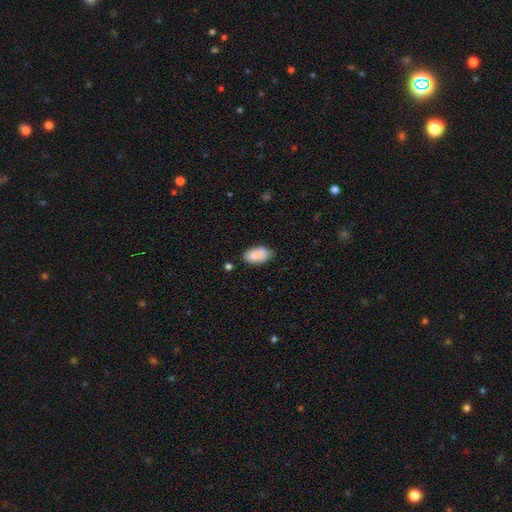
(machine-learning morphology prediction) Smooth or featured?
  - smooth: 84% *
  - featured or disk: 9%
  - star or artifact: 7%
How rounded?
  - in between: 94% *
  - round: 4%
  - cigar-shaped: 2%
Merging?
  - none: 67% *
  - minor disturbance: 23%
  - merger: 5%
  - major disturbance: 5%